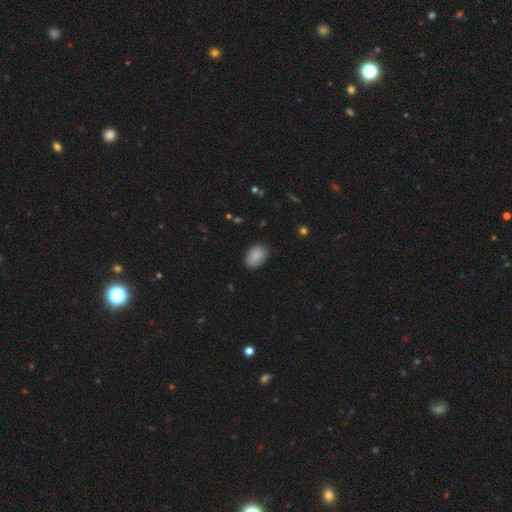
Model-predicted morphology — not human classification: smooth-or-featured: smooth: 88% | star or artifact: 7% | featured or disk: 6%
  how-rounded: in between: 83% | round: 16% | cigar-shaped: 1%
  merging: none: 82% | minor disturbance: 14% | major disturbance: 3% | merger: 1%